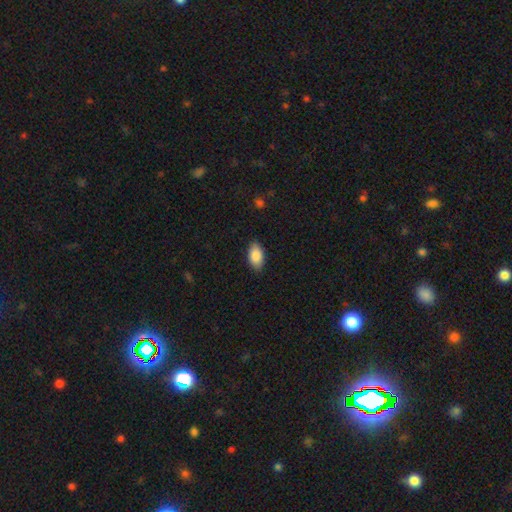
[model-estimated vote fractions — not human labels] Overall: smooth (88%). How rounded: in between (94%). Merging: none (86%).